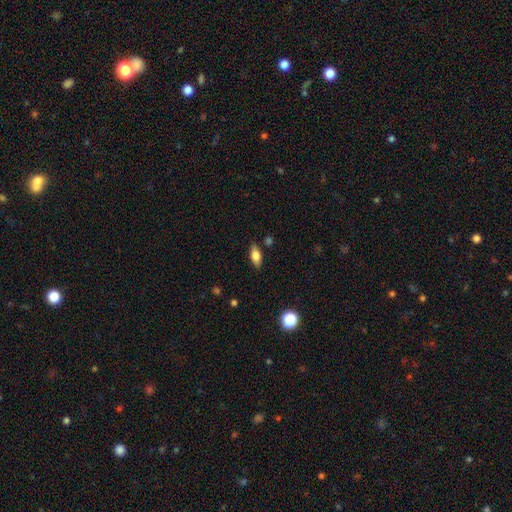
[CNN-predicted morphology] type=smooth (69%); roundness=in between (81%); merging=none (84%).